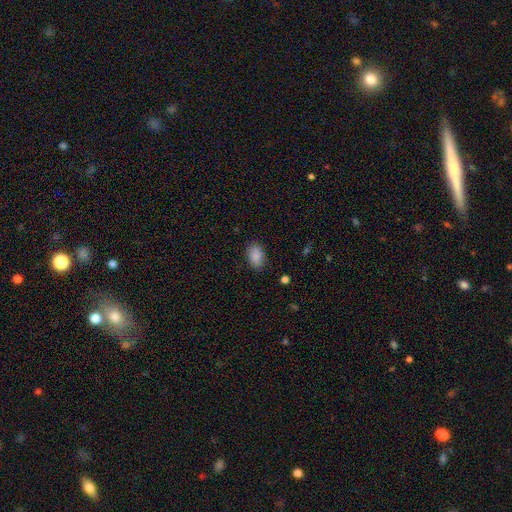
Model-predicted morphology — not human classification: A smooth galaxy with no disk features (88%) that is in between round and cigar-shaped (90%). Merging: none (86%).